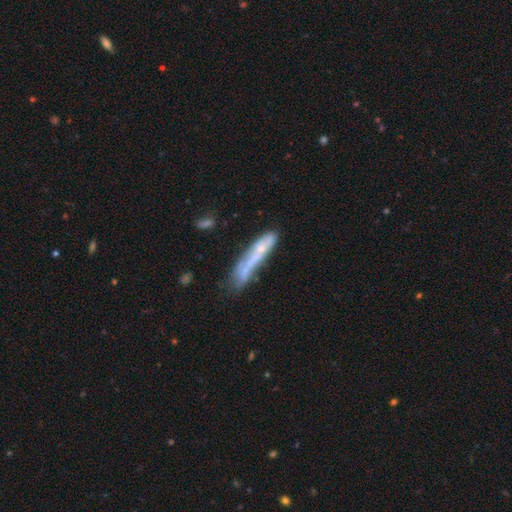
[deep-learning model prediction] Overall: featured or disk (46%; smooth 44%). Merging: none (43%; minor disturbance 25%).